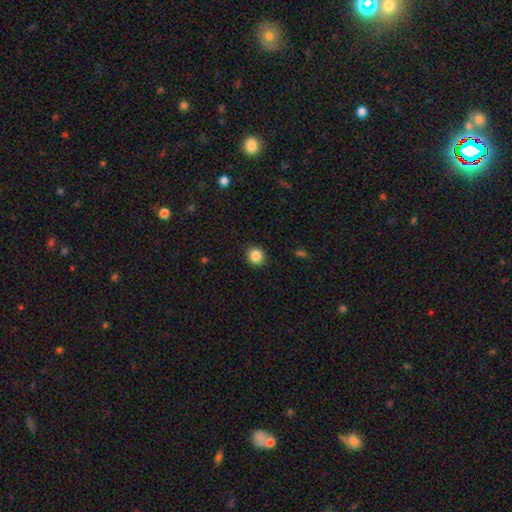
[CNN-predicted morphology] Smooth or featured? Predicted: smooth (p=0.87). How rounded? Predicted: round (p=0.89). Merging? Predicted: none (p=0.90).